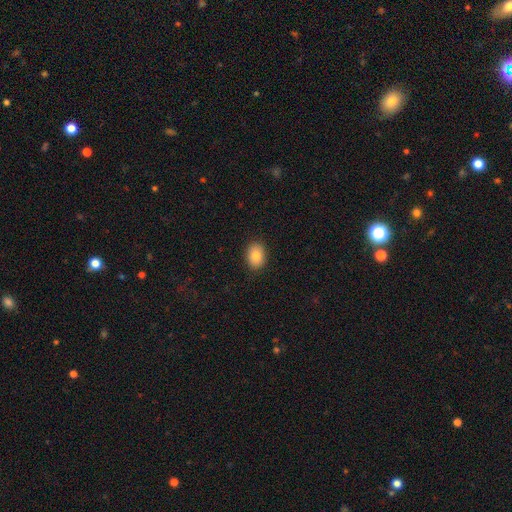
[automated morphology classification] type=smooth (85%); roundness=in between (74%); merging=none (89%).